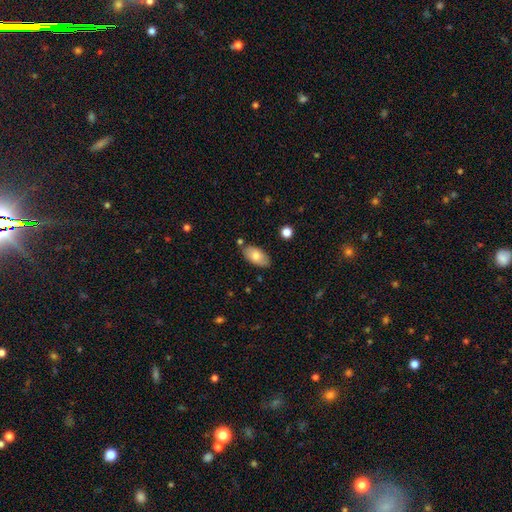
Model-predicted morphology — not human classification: smooth 76%, featured or disk 18%, star or artifact 7%. Down the decision tree: how rounded — in between (94%); merging — none (81%).